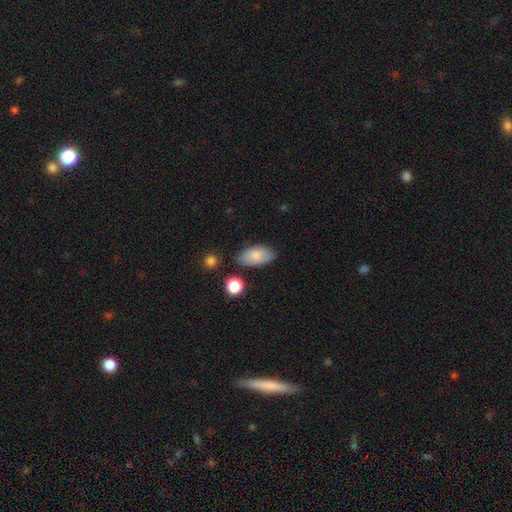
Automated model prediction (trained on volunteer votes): smooth 79%, featured or disk 14%, star or artifact 7%. Down the decision tree: how rounded — in between (93%); merging — none (73%).